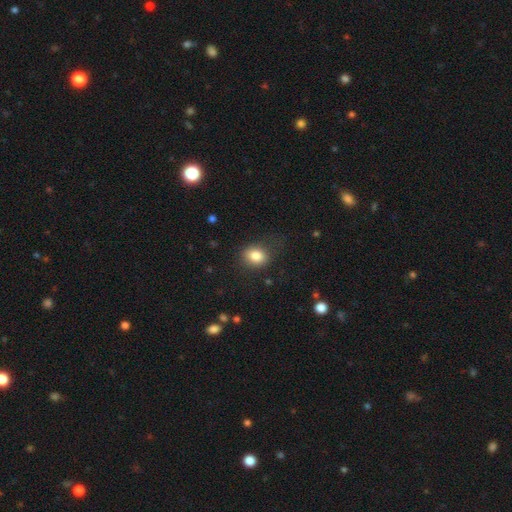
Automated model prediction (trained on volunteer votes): smooth_or_featured: smooth (p=0.83) [alt: star or artifact p=0.10]
how_rounded: round (p=0.52) [alt: in between p=0.47]
merging: none (p=0.75) [alt: minor disturbance p=0.16]